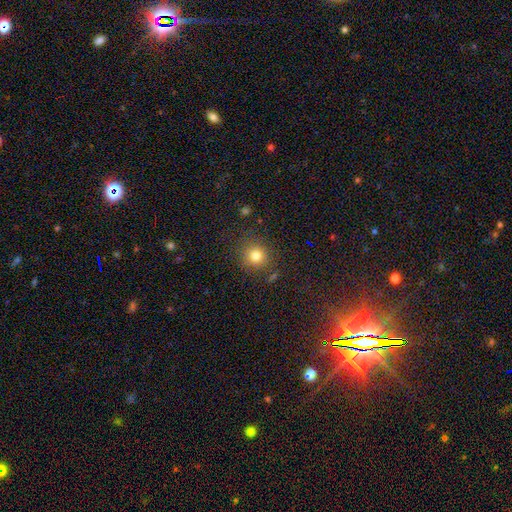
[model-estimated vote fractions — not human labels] smooth-or-featured: smooth: 79% | star or artifact: 14% | featured or disk: 7%
  how-rounded: round: 90% | in between: 9% | cigar-shaped: 1%
  merging: none: 83% | minor disturbance: 10% | major disturbance: 4% | merger: 3%